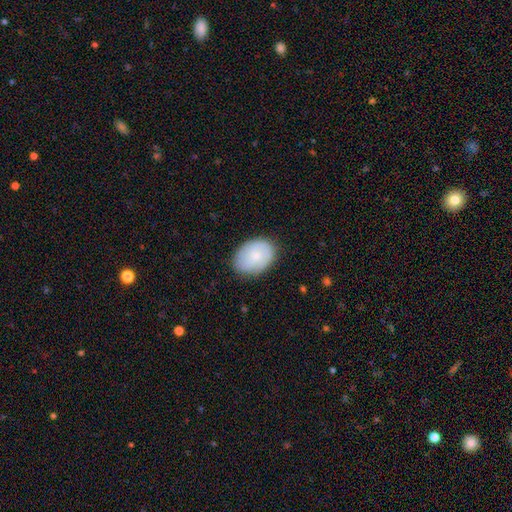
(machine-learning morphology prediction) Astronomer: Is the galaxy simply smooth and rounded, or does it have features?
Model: smooth — 64%.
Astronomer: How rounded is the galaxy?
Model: in between — 74%.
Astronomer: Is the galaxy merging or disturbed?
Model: none — 81%.